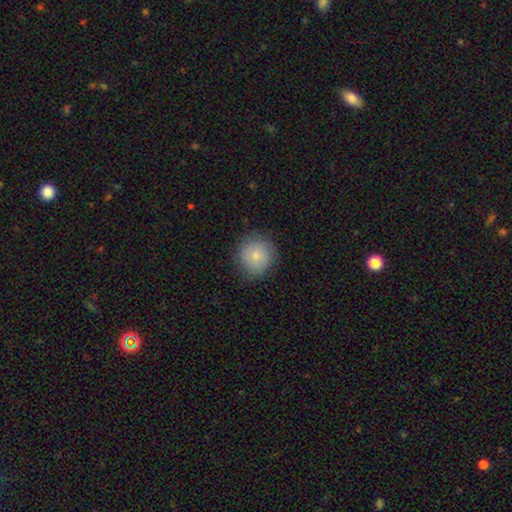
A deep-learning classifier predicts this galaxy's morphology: The model was most divided on "merging": none: 82%, minor disturbance: 14%, major disturbance: 4%, merger: 1%. More confident: how rounded — round (91%); smooth or featured — smooth (81%).